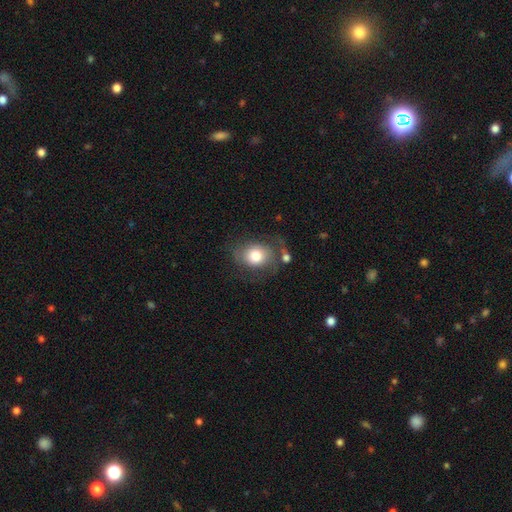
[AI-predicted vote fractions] Smooth or featured?
  - smooth: 71% *
  - featured or disk: 21%
  - star or artifact: 8%
How rounded?
  - round: 54% *
  - in between: 45%
  - cigar-shaped: 1%
Merging?
  - none: 54% *
  - minor disturbance: 23%
  - major disturbance: 15%
  - merger: 8%